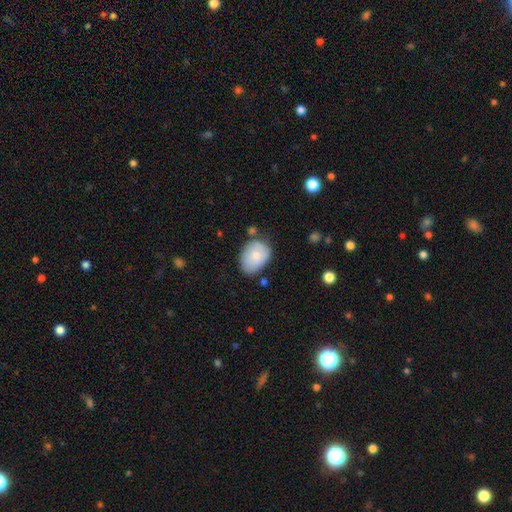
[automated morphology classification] Smooth or featured? smooth (78%)
How rounded? in between (75%)
Merging? none (62%)